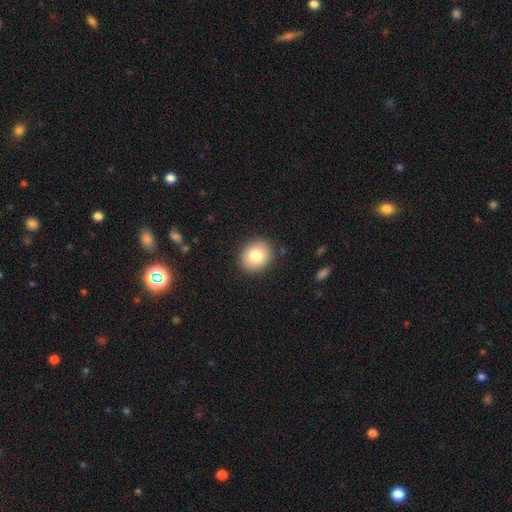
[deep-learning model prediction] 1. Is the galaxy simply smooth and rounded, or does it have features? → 81% smooth, 11% featured or disk, 9% star or artifact.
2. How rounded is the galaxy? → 68% round, 31% in between, 1% cigar-shaped.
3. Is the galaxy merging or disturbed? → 89% none, 8% minor disturbance, 2% major disturbance, 1% merger.